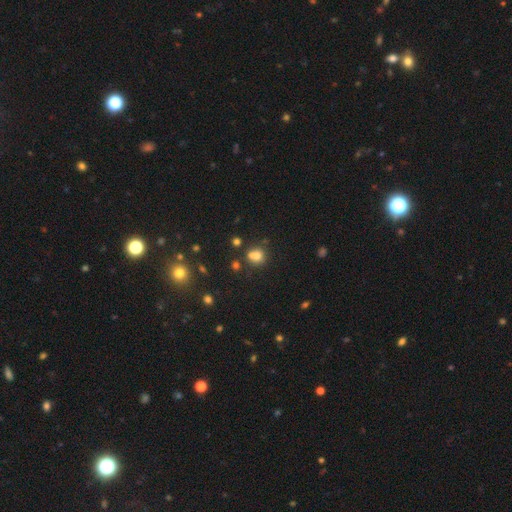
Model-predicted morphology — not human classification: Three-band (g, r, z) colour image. It shows a smooth galaxy with no disk features (72%) that is round (81%). Merging: none (49%).